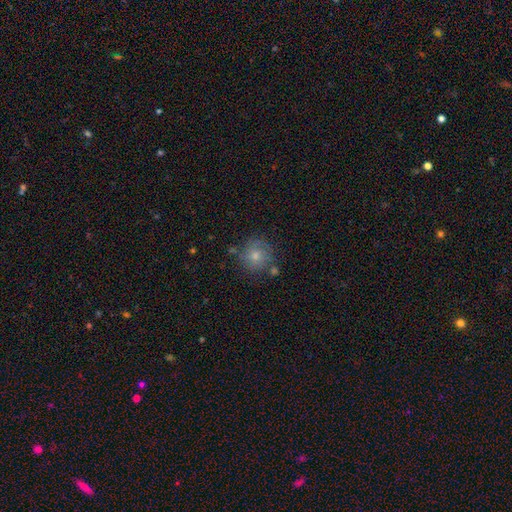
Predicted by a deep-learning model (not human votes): This appears to be a smooth galaxy with no disk features (67%) that is round (90%). Merging: none (70%).